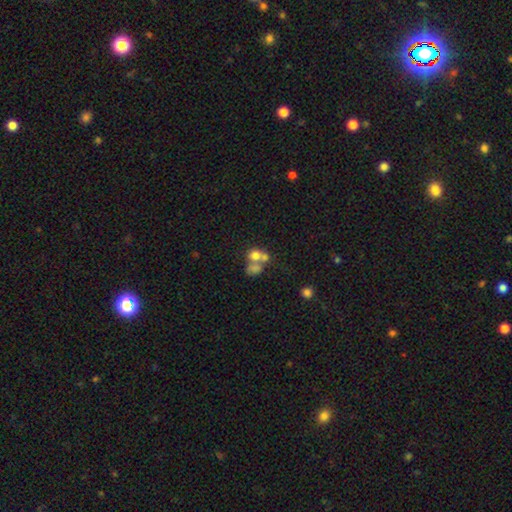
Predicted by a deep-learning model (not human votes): A smooth galaxy with no disk features (66%) that is round (68%). Merging: merger (58%).